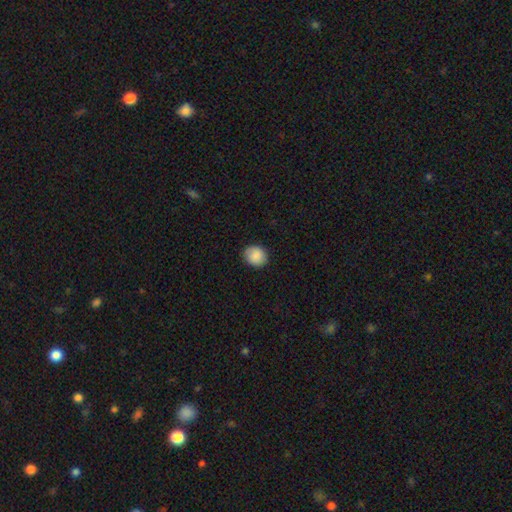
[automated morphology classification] The model was most divided on "how rounded": round: 71%, in between: 28%, cigar-shaped: 1%. More confident: smooth or featured — smooth (88%); merging — none (87%).